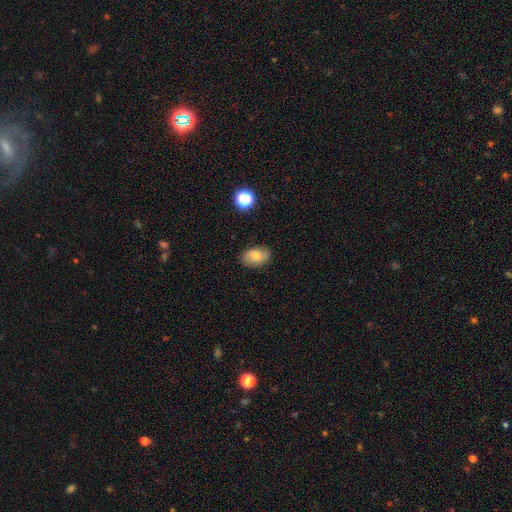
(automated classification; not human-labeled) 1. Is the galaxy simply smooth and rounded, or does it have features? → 71% smooth, 20% featured or disk, 10% star or artifact.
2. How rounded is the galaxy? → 85% in between, 13% round, 1% cigar-shaped.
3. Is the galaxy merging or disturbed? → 79% none, 16% minor disturbance, 4% major disturbance, 2% merger.